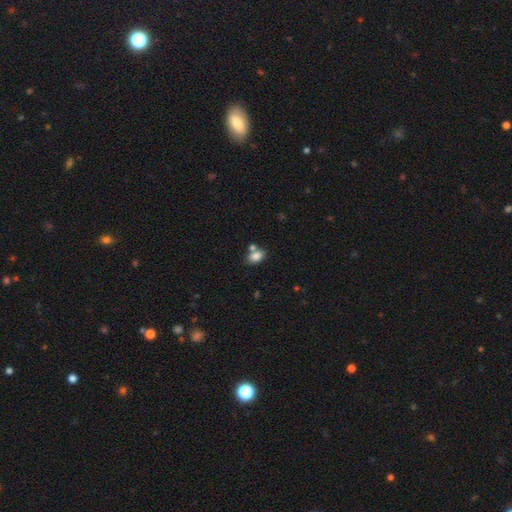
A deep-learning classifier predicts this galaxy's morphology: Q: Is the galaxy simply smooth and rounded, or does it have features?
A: smooth — 83%.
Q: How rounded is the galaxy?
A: in between — 86%.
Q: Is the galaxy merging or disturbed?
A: none — 58%.